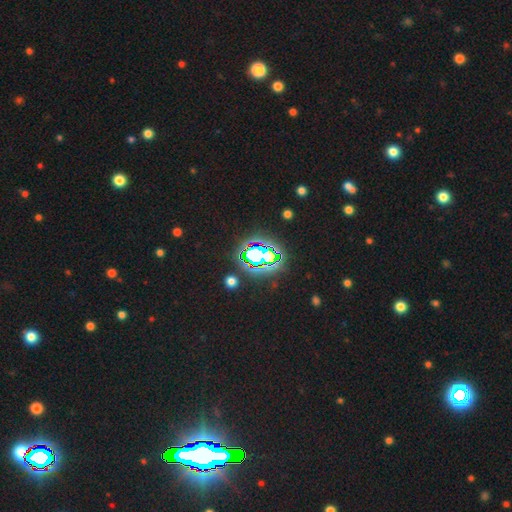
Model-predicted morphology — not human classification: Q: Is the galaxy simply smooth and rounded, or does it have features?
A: star or artifact — 67%.